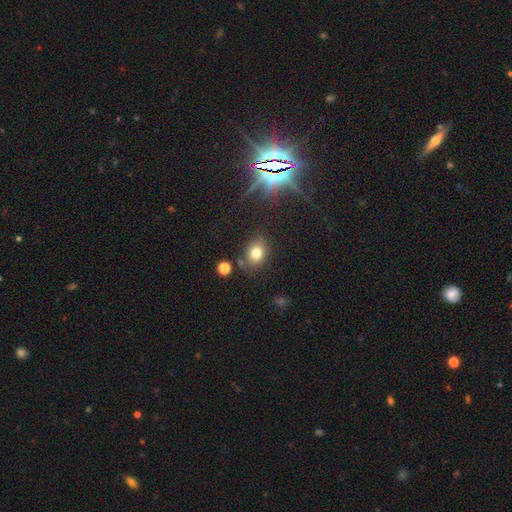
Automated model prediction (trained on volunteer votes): A smooth galaxy with no disk features (75%) that is round (51%). Merging: none (76%).